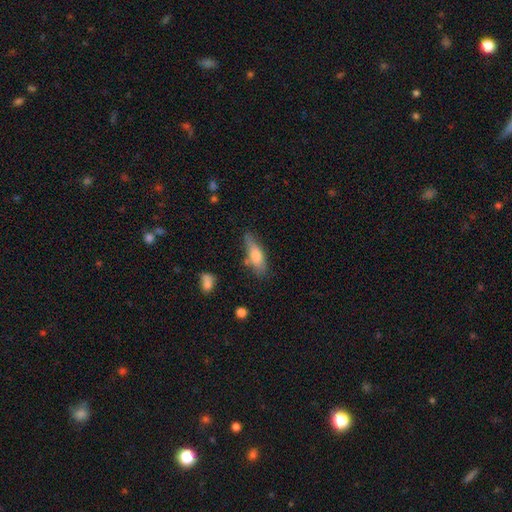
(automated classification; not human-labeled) A smooth galaxy with no disk features (67%) that is in between round and cigar-shaped (53%). Merging: none (61%).